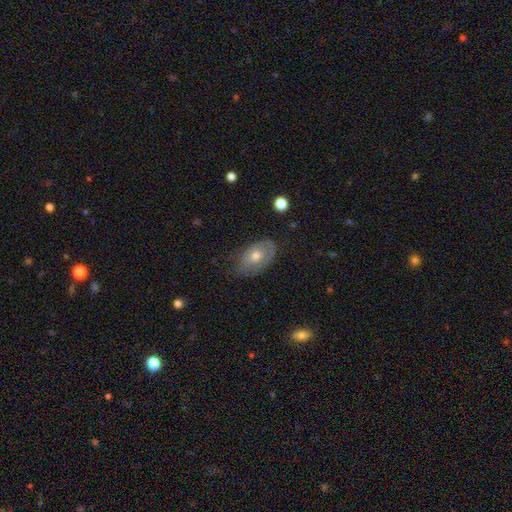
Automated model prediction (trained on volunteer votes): A featured or disk galaxy (51%). Merging: none (67%).